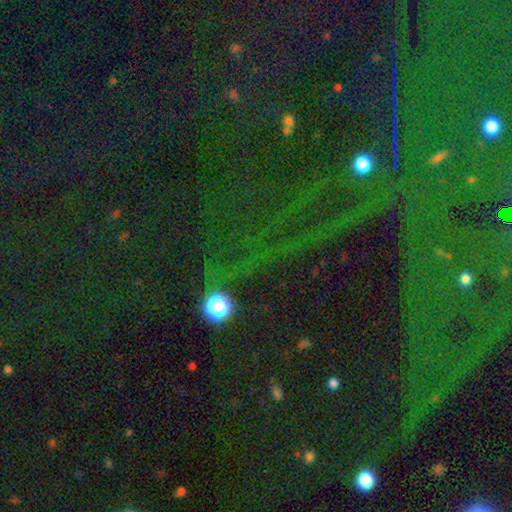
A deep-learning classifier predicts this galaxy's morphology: Q: Smooth or featured?
A: star or artifact (80%); runner-up: smooth (12%)